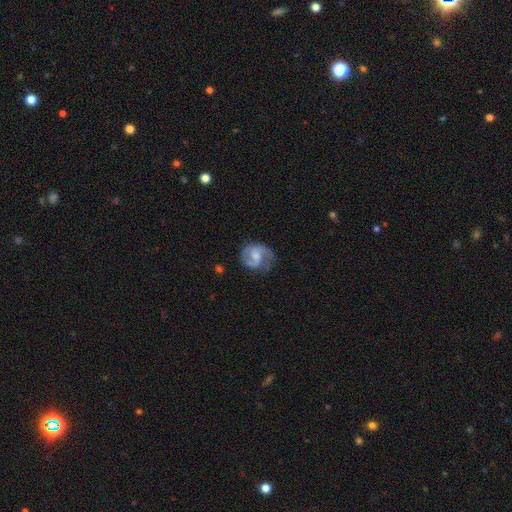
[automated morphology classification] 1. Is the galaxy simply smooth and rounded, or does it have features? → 81% featured or disk, 14% smooth, 6% star or artifact.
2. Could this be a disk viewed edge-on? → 98% no, 2% yes.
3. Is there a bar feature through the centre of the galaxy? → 49% weak, 40% no, 11% strong.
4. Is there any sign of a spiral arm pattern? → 95% yes, 5% no.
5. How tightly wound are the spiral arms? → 53% medium, 23% tight, 23% loose.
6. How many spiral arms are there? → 83% 2, 7% 1, 6% can't tell, 2% 3, 1% 4, 1% more than 4.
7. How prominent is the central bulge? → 47% moderate, 35% small, 11% none, 5% large, 1% dominant.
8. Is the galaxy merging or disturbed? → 65% none, 22% minor disturbance, 12% major disturbance, 2% merger.